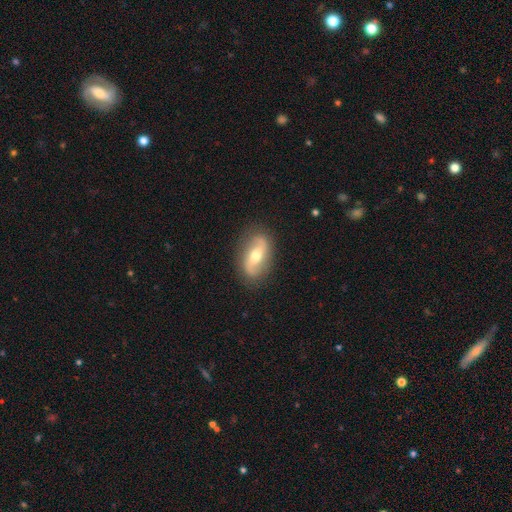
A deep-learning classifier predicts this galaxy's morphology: featured or disk 74%, smooth 20%, star or artifact 6%. Down the decision tree: edge-on disk — no (94%); bar — weak (37%); spiral arms — yes (85%); spiral arm count — 2 (90%); spiral winding — loose (57%); bulge size — moderate (71%); merging — none (86%).